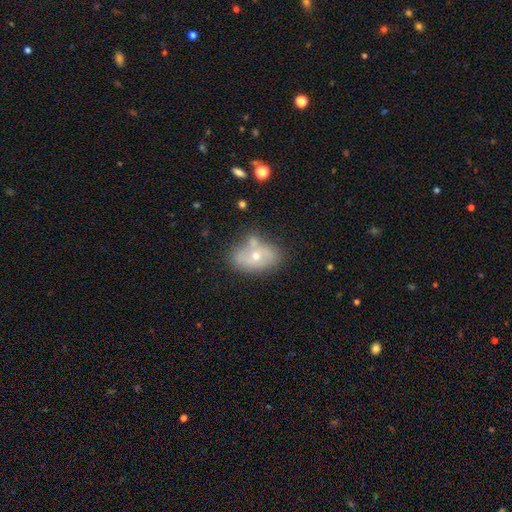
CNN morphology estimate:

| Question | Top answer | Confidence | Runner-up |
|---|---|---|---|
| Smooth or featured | smooth | 49% | featured or disk (42%) |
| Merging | none | 54% | minor disturbance (21%) |